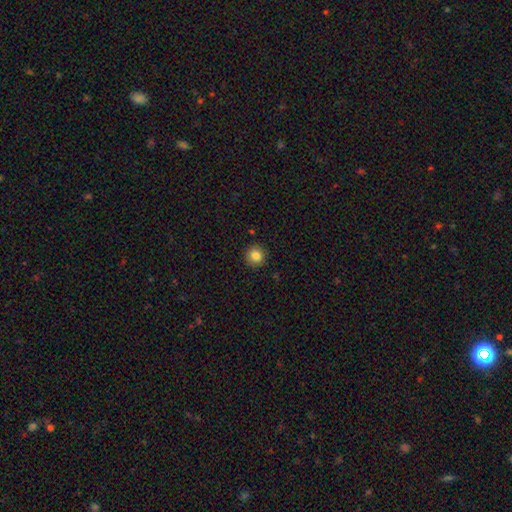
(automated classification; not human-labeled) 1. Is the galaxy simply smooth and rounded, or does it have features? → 84% smooth, 10% star or artifact, 6% featured or disk.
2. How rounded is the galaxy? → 94% round, 5% in between, 1% cigar-shaped.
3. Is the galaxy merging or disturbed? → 91% none, 6% minor disturbance, 2% major disturbance, 1% merger.